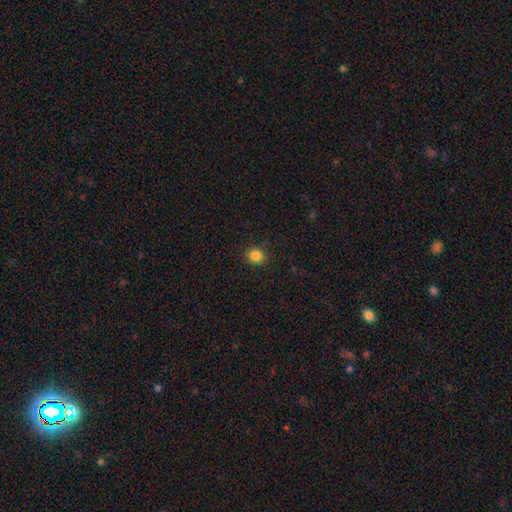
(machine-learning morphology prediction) smooth-or-featured: smooth: 84% | star or artifact: 11% | featured or disk: 4%
  how-rounded: round: 72% | in between: 28% | cigar-shaped: 1%
  merging: none: 89% | minor disturbance: 8% | major disturbance: 2% | merger: 1%